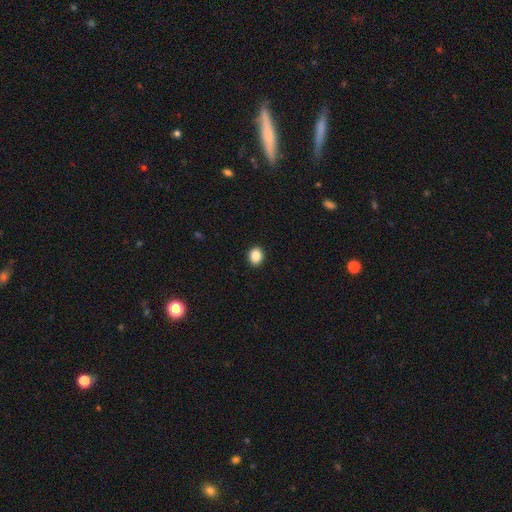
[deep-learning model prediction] Overall: smooth (87%). How rounded: round (58%; in between 41%). Merging: none (92%).